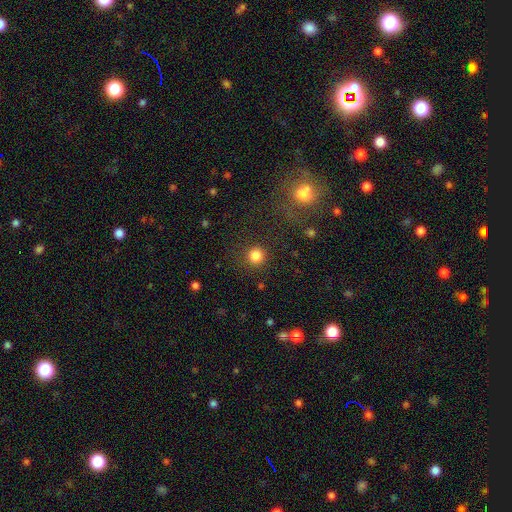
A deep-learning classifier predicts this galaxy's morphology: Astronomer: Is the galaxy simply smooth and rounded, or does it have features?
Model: smooth — 84%.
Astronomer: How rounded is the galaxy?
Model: round — 93%.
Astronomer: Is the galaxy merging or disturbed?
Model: none — 87%.